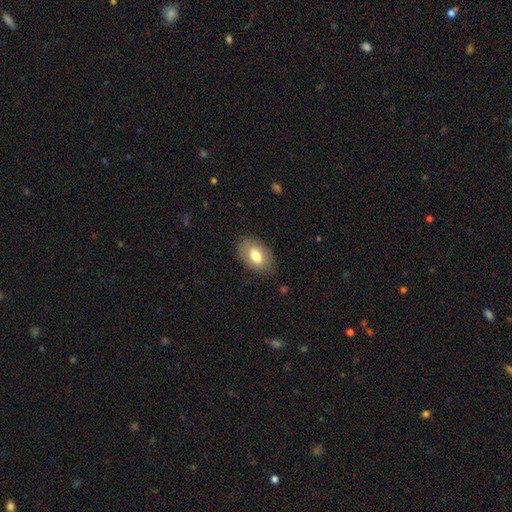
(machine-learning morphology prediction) smooth_or_featured: smooth (p=0.75) [alt: featured or disk p=0.17]
how_rounded: in between (p=0.90) [alt: round p=0.08]
merging: none (p=0.82) [alt: minor disturbance p=0.13]